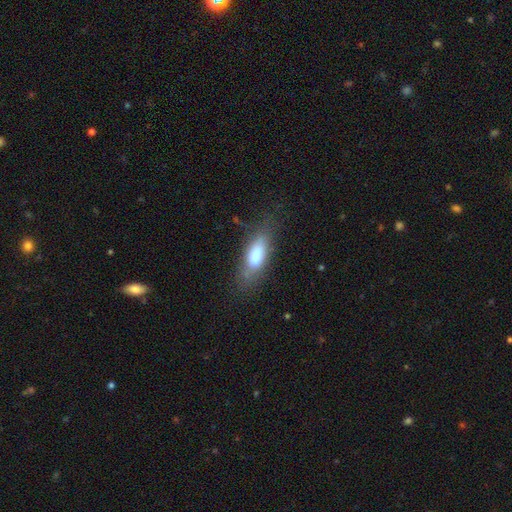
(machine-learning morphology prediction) Smooth or featured? smooth (72%)
How rounded? in between (67%)
Merging? none (66%)